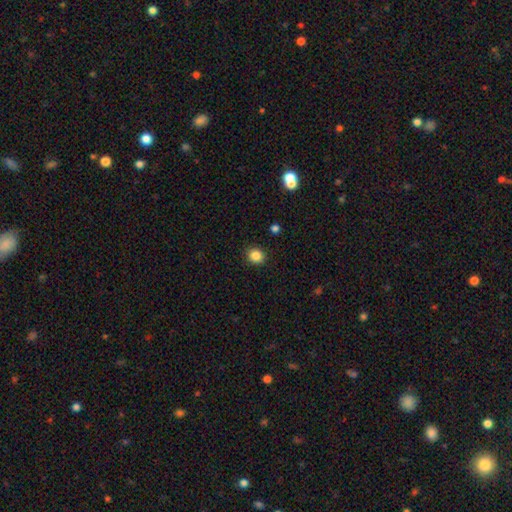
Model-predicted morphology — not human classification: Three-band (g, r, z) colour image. It shows a smooth galaxy with no disk features (85%) that is round (81%). Merging: none (91%).